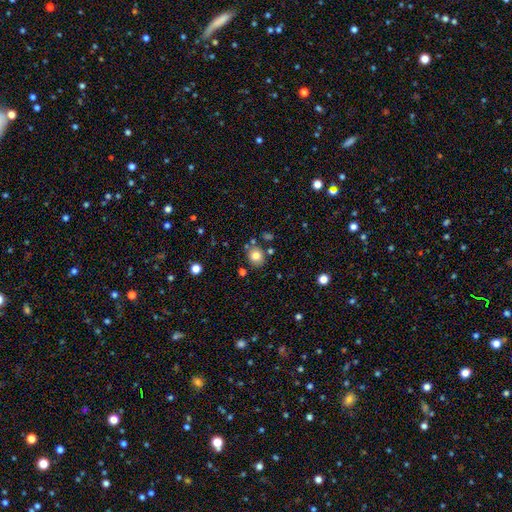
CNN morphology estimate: smooth-or-featured: smooth: 79% | star or artifact: 11% | featured or disk: 10%
  how-rounded: round: 71% | in between: 28% | cigar-shaped: 1%
  merging: none: 78% | minor disturbance: 11% | merger: 8% | major disturbance: 3%